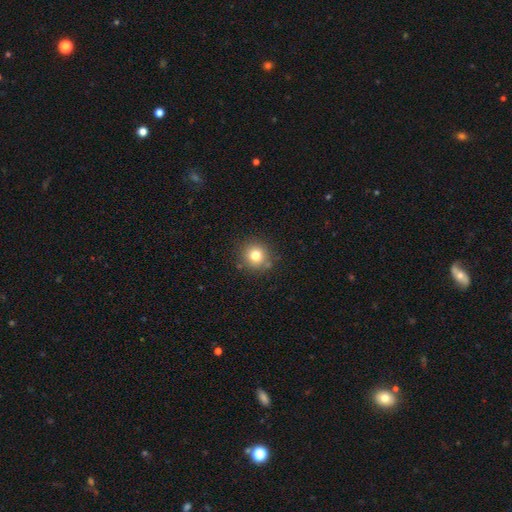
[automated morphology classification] A smooth galaxy with no disk features (77%) that is round (92%). Merging: none (84%).